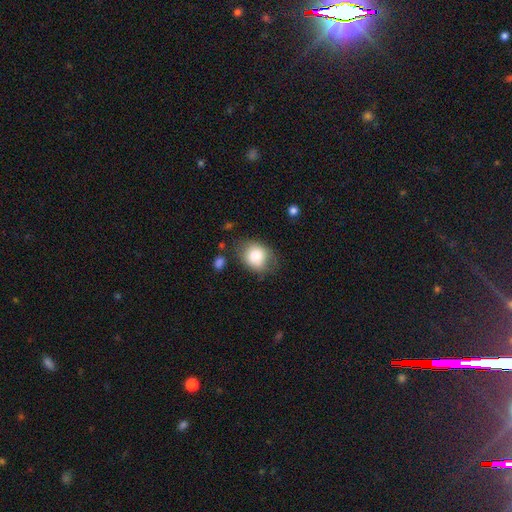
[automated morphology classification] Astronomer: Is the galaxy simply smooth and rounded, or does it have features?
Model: smooth — 80%.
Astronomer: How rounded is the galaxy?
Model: round — 56% (runner-up: in between, 43%).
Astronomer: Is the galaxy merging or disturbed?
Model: none — 67%.